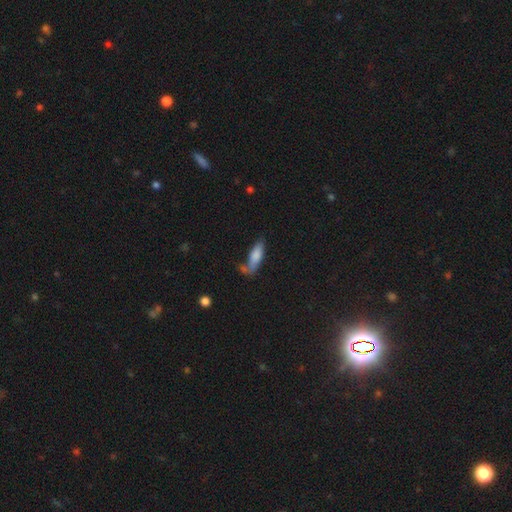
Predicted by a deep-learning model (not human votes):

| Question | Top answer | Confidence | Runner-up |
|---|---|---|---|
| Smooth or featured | smooth | 77% | featured or disk (16%) |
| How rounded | in between | 55% | cigar-shaped (42%) |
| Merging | none | 48% | minor disturbance (23%) |